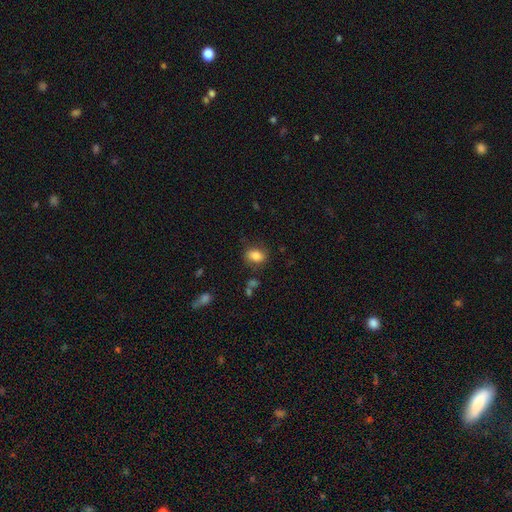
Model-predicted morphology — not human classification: Overall: smooth (83%). How rounded: in between (77%). Merging: none (76%).